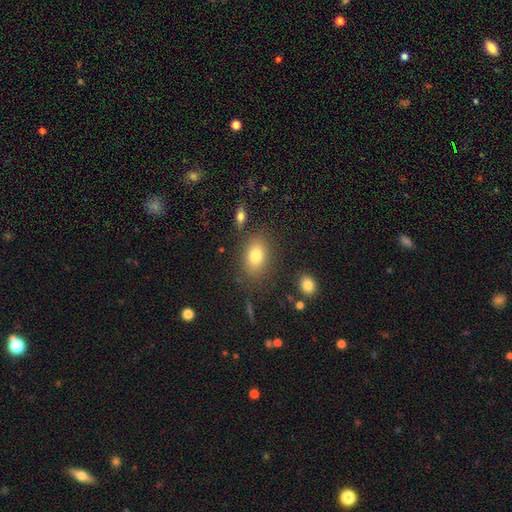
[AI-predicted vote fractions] smooth-or-featured: smooth: 79% | featured or disk: 11% | star or artifact: 9%
  how-rounded: in between: 82% | round: 16% | cigar-shaped: 2%
  merging: none: 78% | minor disturbance: 12% | merger: 5% | major disturbance: 4%